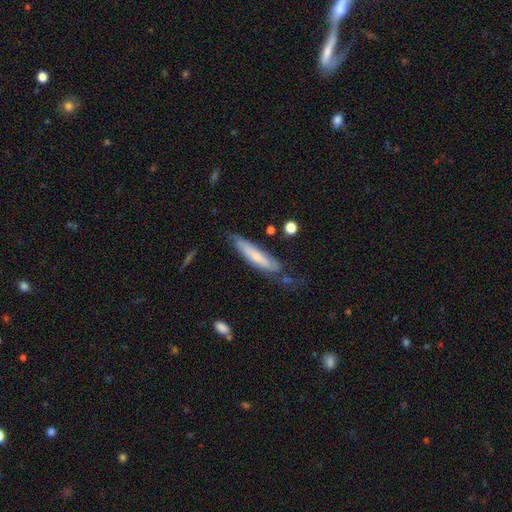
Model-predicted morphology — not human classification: Overall: smooth (56%; featured or disk 38%). How rounded: cigar-shaped (81%). Merging: none (54%; minor disturbance 29%).